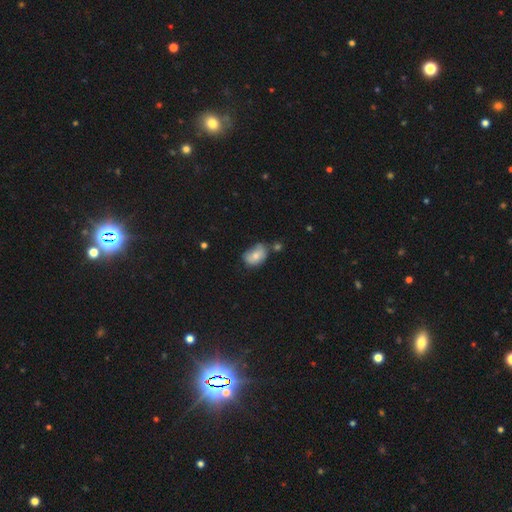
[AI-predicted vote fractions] This is likely a smooth galaxy (72%). How rounded: clearly in between (81%). Merging: marginally none (42%).